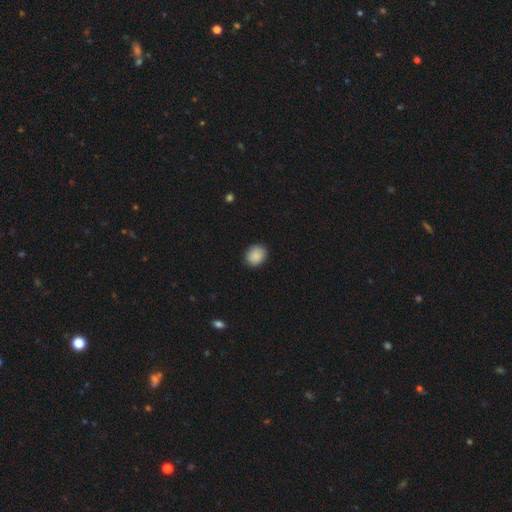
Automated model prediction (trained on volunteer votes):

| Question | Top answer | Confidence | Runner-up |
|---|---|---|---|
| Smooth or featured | smooth | 88% | star or artifact (7%) |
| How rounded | round | 61% | in between (38%) |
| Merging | none | 87% | minor disturbance (10%) |